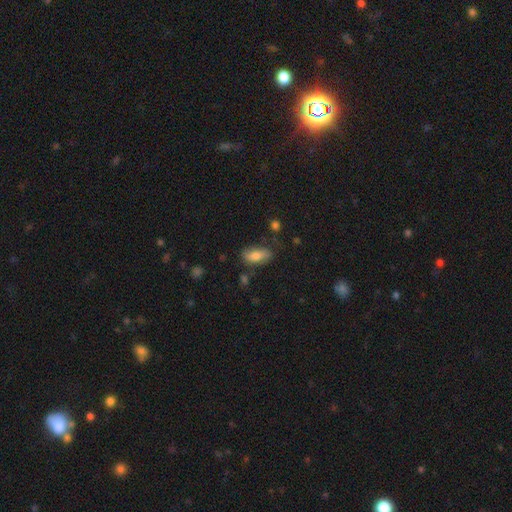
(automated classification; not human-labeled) Smooth or featured?
  - smooth: 74% *
  - featured or disk: 19%
  - star or artifact: 7%
How rounded?
  - in between: 85% *
  - cigar-shaped: 12%
  - round: 3%
Merging?
  - none: 69% *
  - minor disturbance: 22%
  - major disturbance: 6%
  - merger: 3%